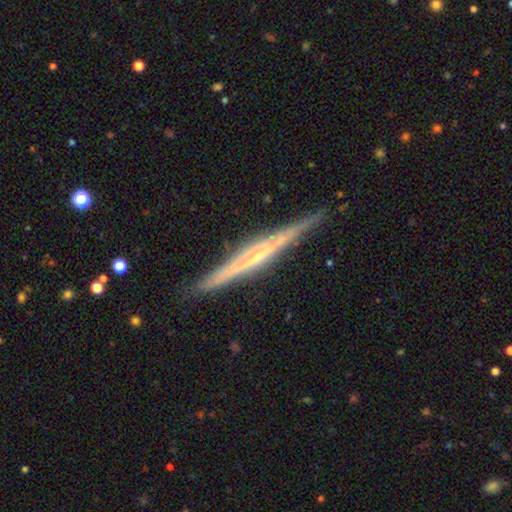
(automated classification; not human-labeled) This appears to be a featured or disk galaxy (79%) viewed edge-on (97%) with no central bulge (45%). Merging: none (87%).